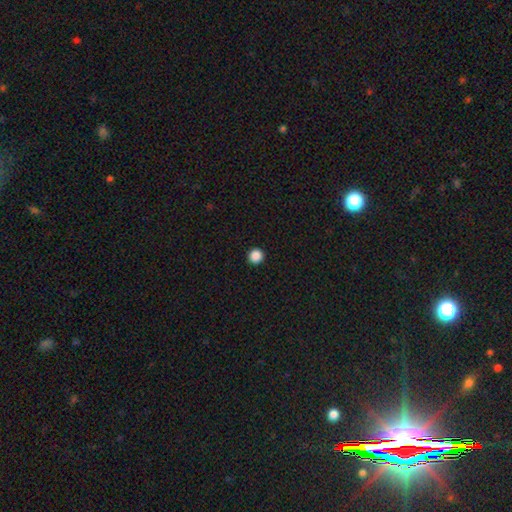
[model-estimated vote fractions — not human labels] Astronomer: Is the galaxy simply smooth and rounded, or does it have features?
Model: smooth — 87%.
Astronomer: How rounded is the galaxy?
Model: round — 95%.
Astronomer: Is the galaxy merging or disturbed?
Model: none — 94%.